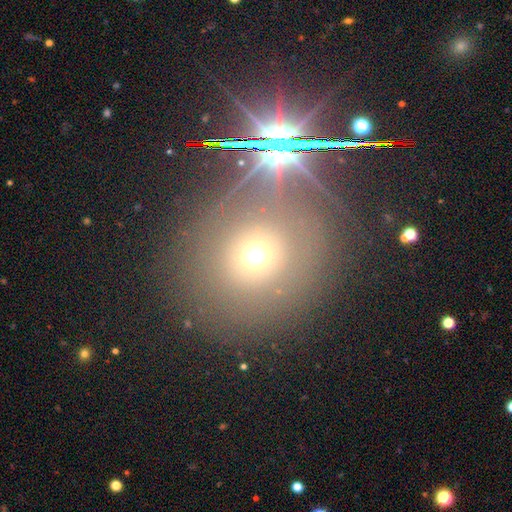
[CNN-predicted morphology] A smooth galaxy with no disk features (60%) that is round (90%). Merging: none (78%).